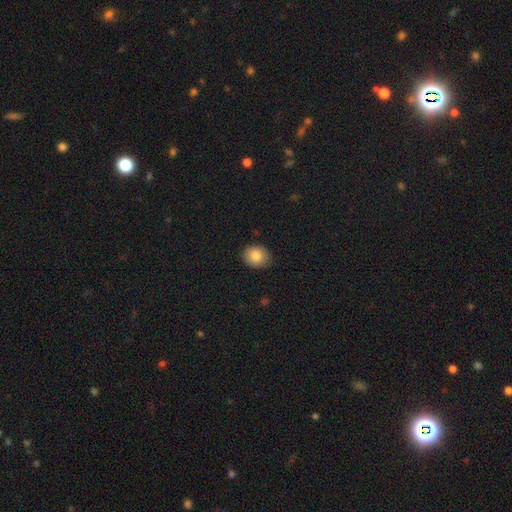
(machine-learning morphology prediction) type=smooth (85%); roundness=round (64%); merging=none (87%).